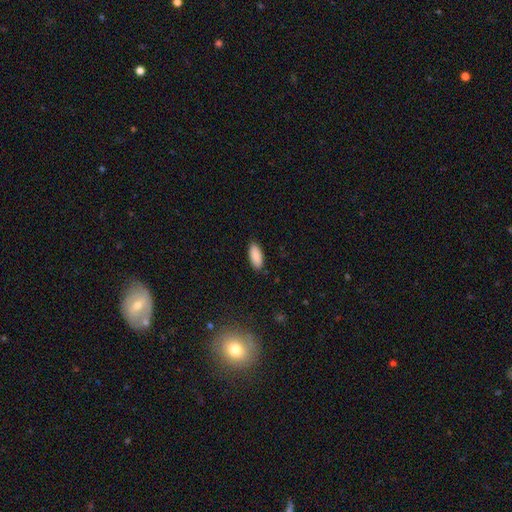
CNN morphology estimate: Q: Smooth or featured?
A: smooth (90%); runner-up: star or artifact (6%)
Q: How rounded?
A: in between (85%); runner-up: cigar-shaped (13%)
Q: Merging?
A: none (88%); runner-up: minor disturbance (9%)